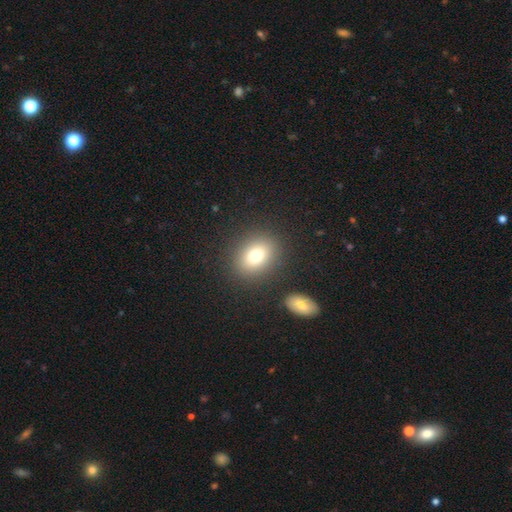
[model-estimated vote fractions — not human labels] Smooth or featured? Predicted: smooth (p=0.75). How rounded? Predicted: in between (p=0.49, tied with round). Merging? Predicted: none (p=0.86).